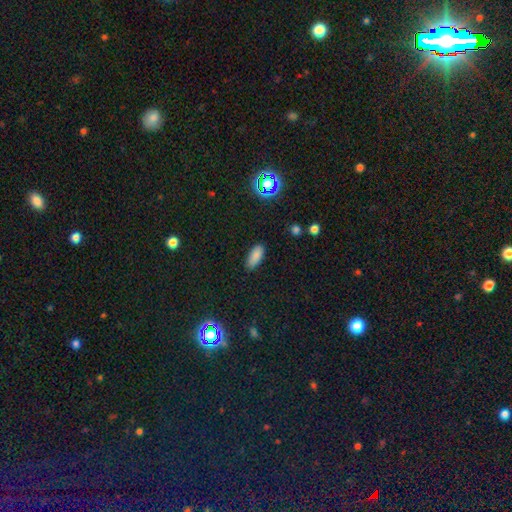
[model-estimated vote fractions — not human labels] Overall: smooth (83%). How rounded: in between (84%). Merging: none (85%).